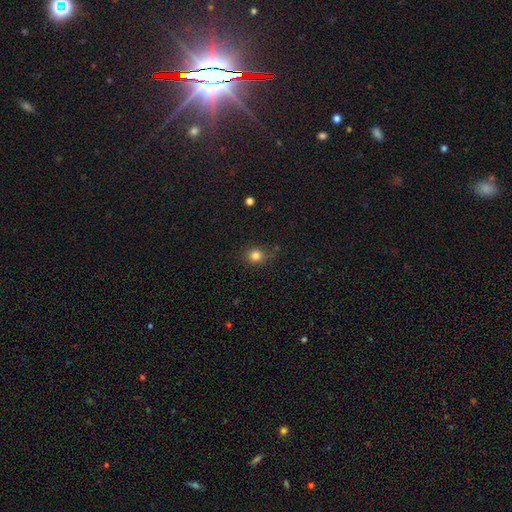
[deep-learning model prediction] smooth 81%, star or artifact 13%, featured or disk 6%. Down the decision tree: how rounded — round (81%); merging — none (79%).